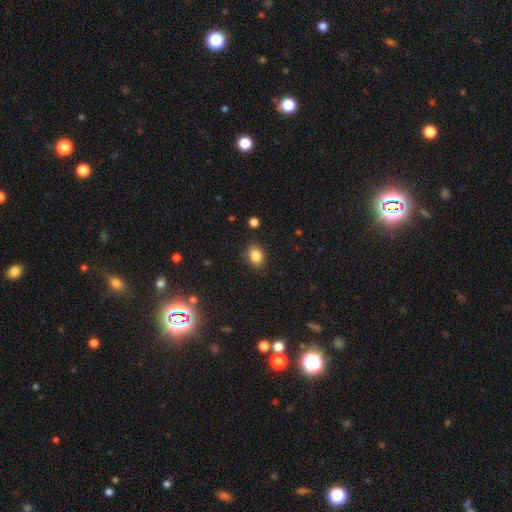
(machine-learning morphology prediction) Overall: smooth (84%). How rounded: in between (67%; round 31%). Merging: none (81%).